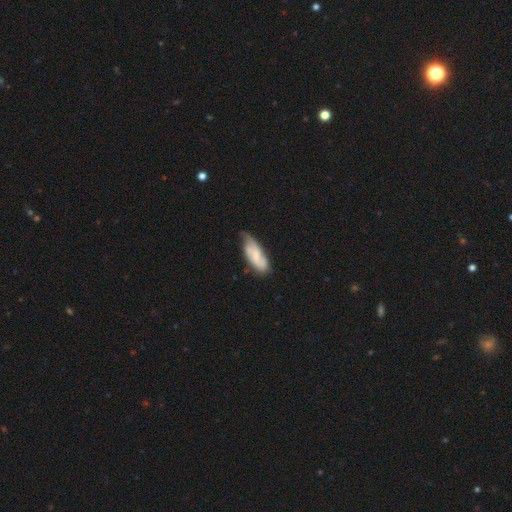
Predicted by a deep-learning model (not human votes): smooth_or_featured: smooth (p=0.51) [alt: featured or disk p=0.43]
how_rounded: in between (p=0.71) [alt: cigar-shaped p=0.27]
merging: none (p=0.49) [alt: minor disturbance p=0.38]